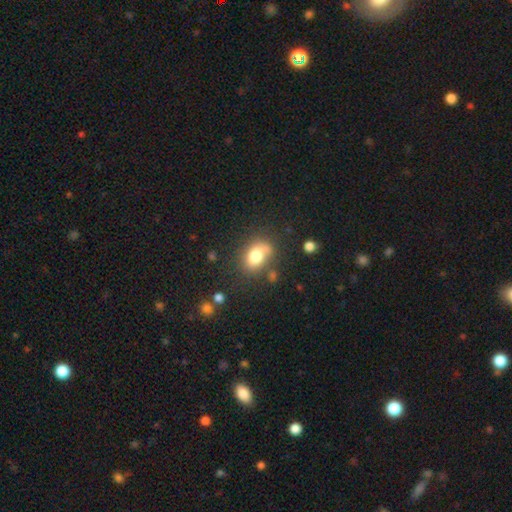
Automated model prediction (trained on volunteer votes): This is likely a smooth galaxy (77%). How rounded: likely in between (74%). Merging: likely none (60%).